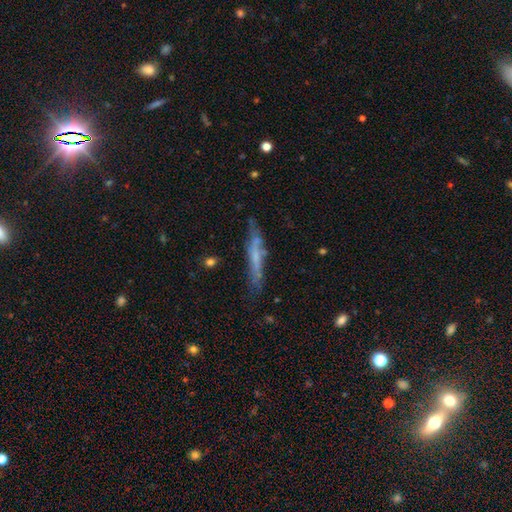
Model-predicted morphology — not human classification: Smooth or featured: featured or disk — 51% (smooth — 41%)
Edge-on disk: yes — 80% (no — 20%)
Merging: none — 69% (minor disturbance — 21%)